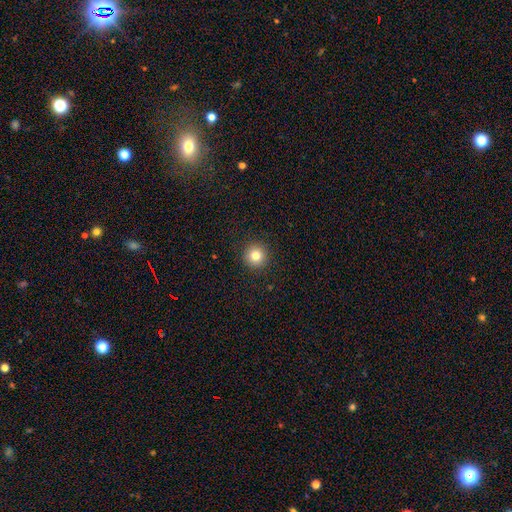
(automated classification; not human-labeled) This appears to be a smooth galaxy with no disk features (82%) that is round (96%). Merging: none (93%).